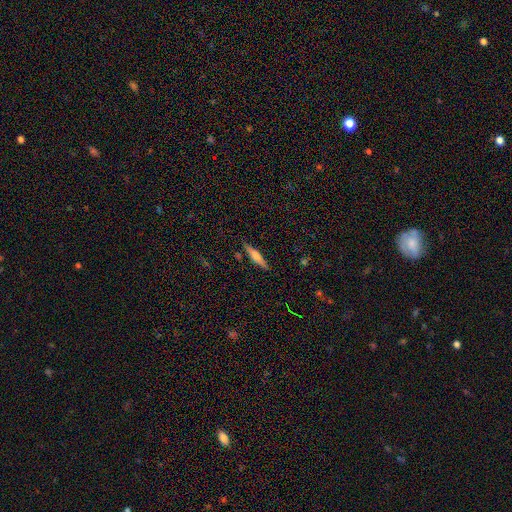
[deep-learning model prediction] A smooth galaxy with no disk features (50%) that is cigar-shaped (86%). Merging: none (87%).